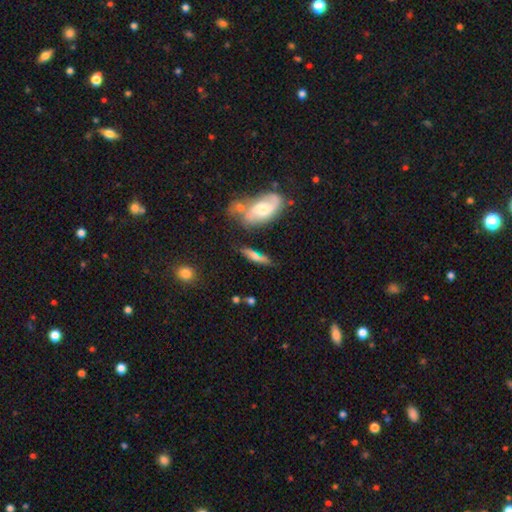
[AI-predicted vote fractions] Smooth or featured? smooth (51%)
How rounded? cigar-shaped (62%)
Merging? none (61%)